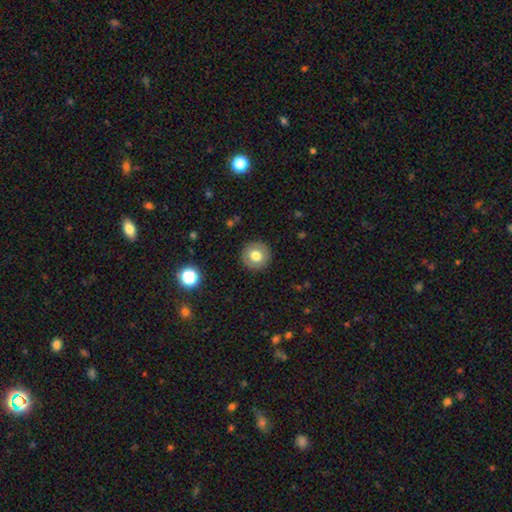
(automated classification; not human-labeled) A smooth galaxy with no disk features (74%) that is round (94%).

Vote fractions:
- Smooth or featured? smooth: 74% / featured or disk: 17% / star or artifact: 9%
- How rounded? round: 94% / in between: 5% / cigar-shaped: 1%
- Merging? none: 91% / minor disturbance: 6% / major disturbance: 2% / merger: 1%